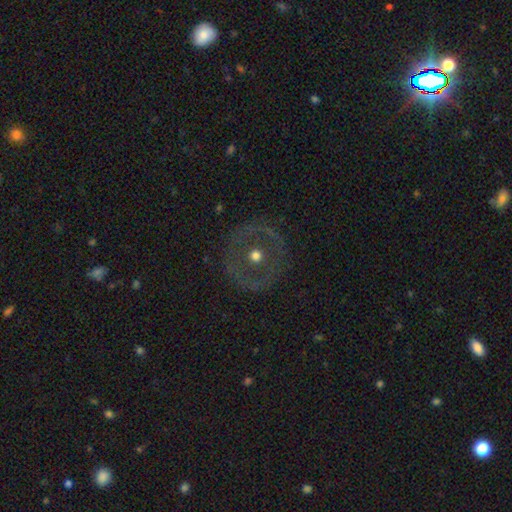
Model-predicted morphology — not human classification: smooth_or_featured: featured or disk (p=0.50) [alt: smooth p=0.41]
merging: none (p=0.83) [alt: minor disturbance p=0.09]